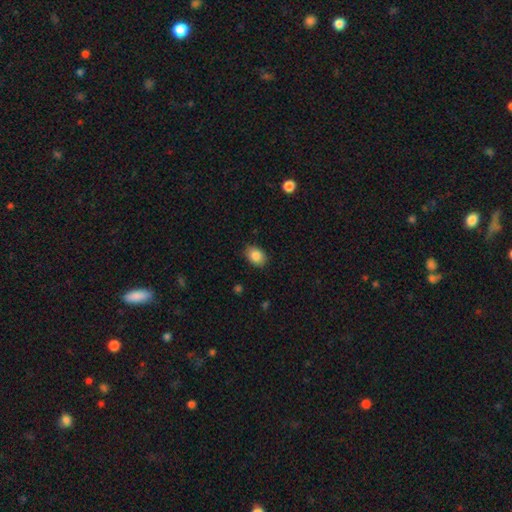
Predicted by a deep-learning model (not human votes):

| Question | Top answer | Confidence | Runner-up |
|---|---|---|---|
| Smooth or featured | smooth | 87% | star or artifact (8%) |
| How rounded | in between | 71% | round (27%) |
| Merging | none | 84% | minor disturbance (13%) |